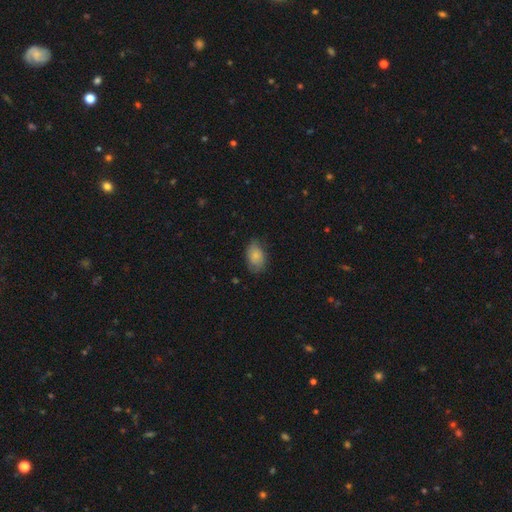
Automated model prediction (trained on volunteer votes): This appears to be a smooth galaxy with no disk features (82%) that is in between round and cigar-shaped (86%). Merging: none (69%).